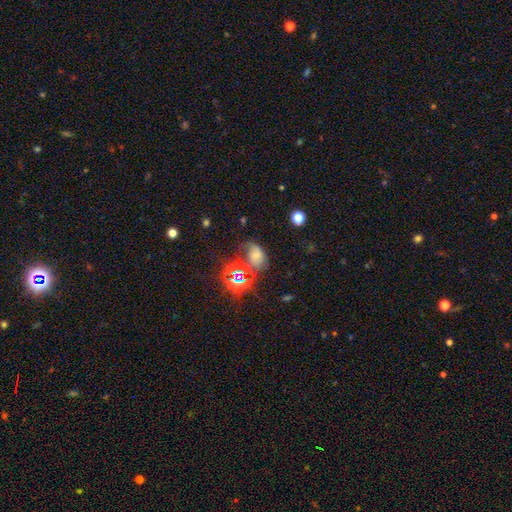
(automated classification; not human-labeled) Morphology: type=smooth (45%); merging=none (44%).